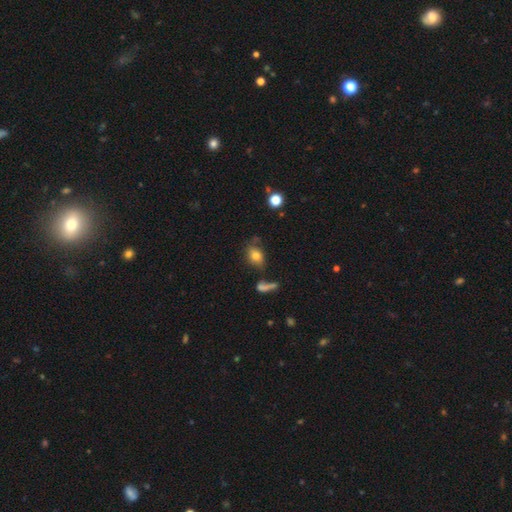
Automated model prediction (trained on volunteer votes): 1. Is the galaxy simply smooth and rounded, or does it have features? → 76% smooth, 14% featured or disk, 10% star or artifact.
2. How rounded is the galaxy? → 75% in between, 21% round, 3% cigar-shaped.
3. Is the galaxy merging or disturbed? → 63% none, 18% minor disturbance, 11% merger, 8% major disturbance.